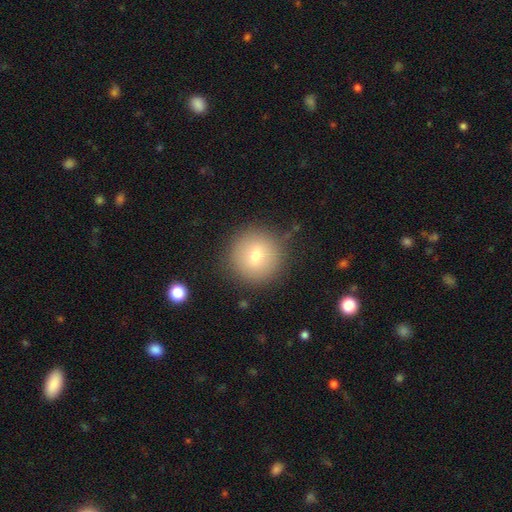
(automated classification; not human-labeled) Overall: smooth (74%). How rounded: round (95%). Merging: none (87%).